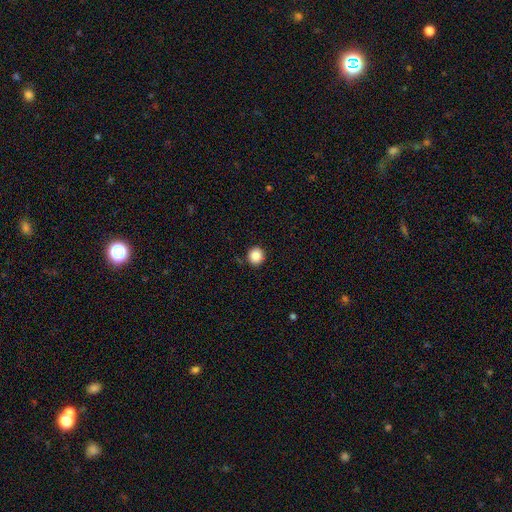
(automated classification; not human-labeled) The model was most divided on "smooth or featured": smooth: 87%, star or artifact: 10%, featured or disk: 3%. More confident: how rounded — round (92%); merging — none (91%).